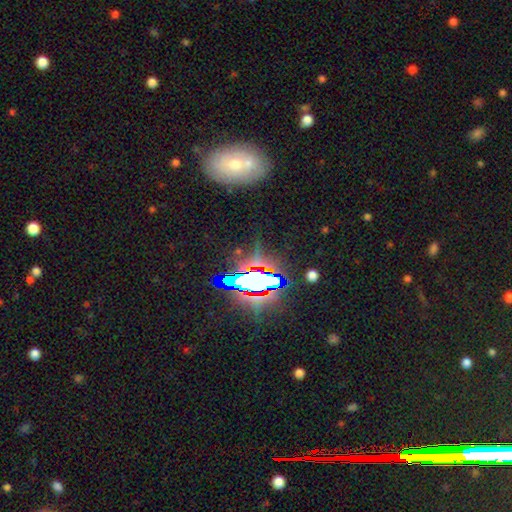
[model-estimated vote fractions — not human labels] The model was most divided on "smooth or featured": star or artifact: 77%, smooth: 12%, featured or disk: 11%.